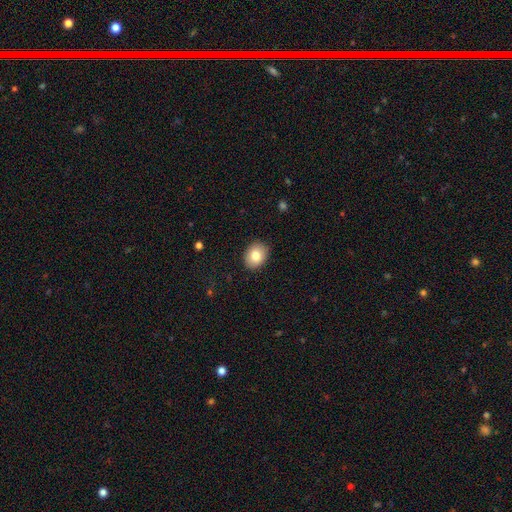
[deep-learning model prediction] Smooth or featured? smooth (81%)
How rounded? in between (50%)
Merging? none (89%)